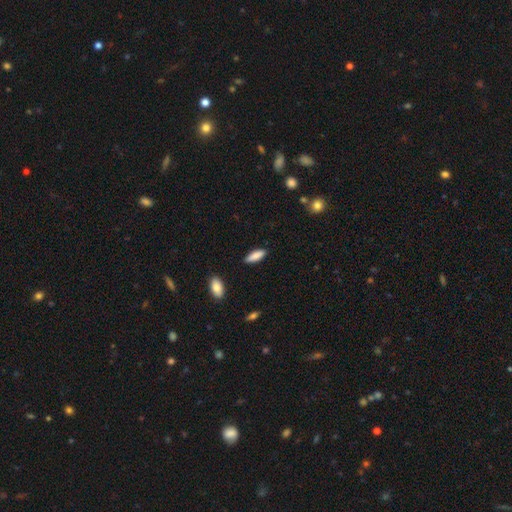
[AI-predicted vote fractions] Smooth or featured? Predicted: smooth (p=0.86). How rounded? Predicted: in between (p=0.58). Merging? Predicted: none (p=0.85).